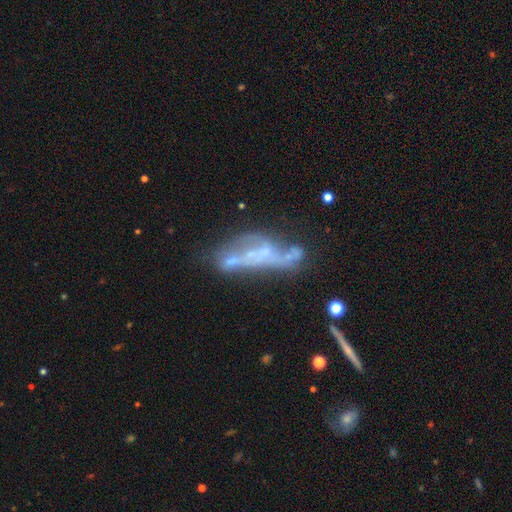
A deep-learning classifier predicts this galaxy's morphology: This appears to be a featured or disk galaxy (66%) with no bar (71%), no spiral arms (65%) and no central bulge (51%). Merging: none (31%).